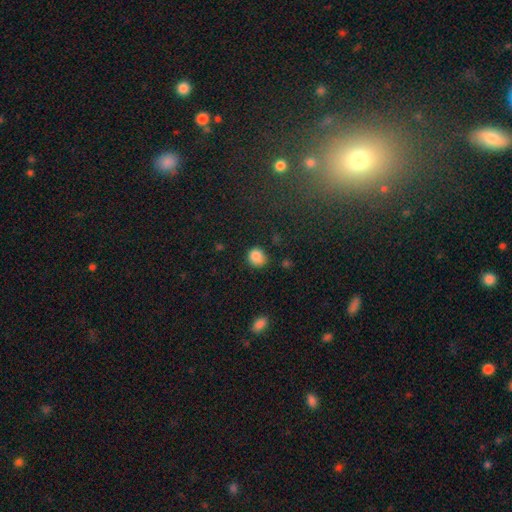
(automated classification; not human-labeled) A smooth galaxy with no disk features (85%) that is round (76%). Merging: none (74%).